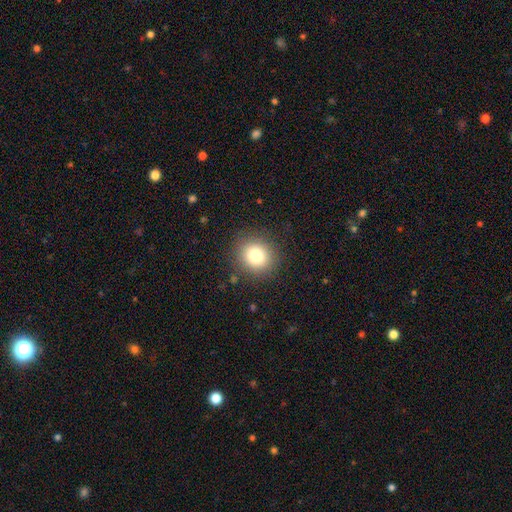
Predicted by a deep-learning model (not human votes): smooth-or-featured: smooth: 80% | star or artifact: 12% | featured or disk: 8%
  how-rounded: round: 85% | in between: 14% | cigar-shaped: 1%
  merging: none: 88% | minor disturbance: 8% | major disturbance: 3% | merger: 1%